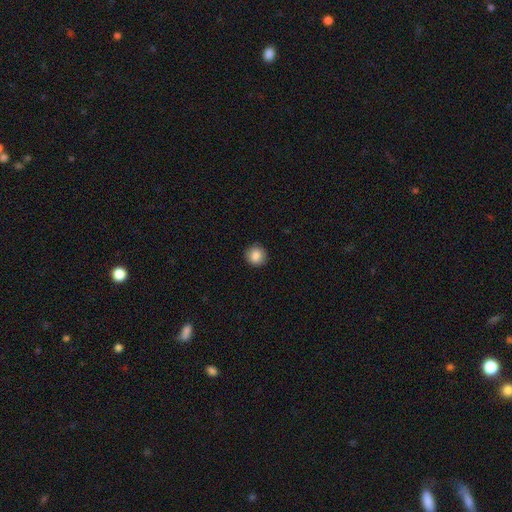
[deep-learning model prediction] smooth-or-featured: smooth: 86% | star or artifact: 9% | featured or disk: 6%
  how-rounded: round: 92% | in between: 7% | cigar-shaped: 1%
  merging: none: 90% | minor disturbance: 7% | major disturbance: 2% | merger: 1%